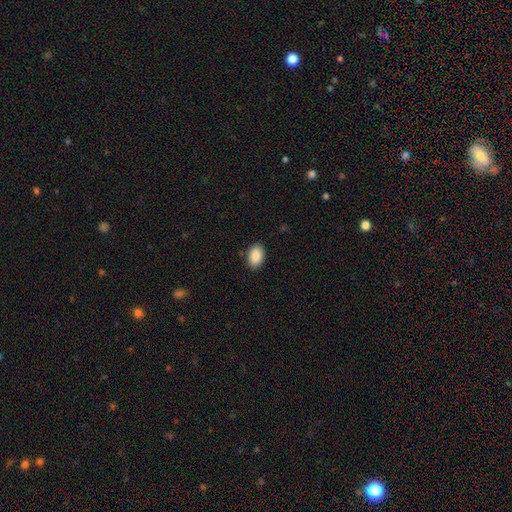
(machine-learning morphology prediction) Smooth or featured? Predicted: smooth (p=0.89). How rounded? Predicted: in between (p=0.88). Merging? Predicted: none (p=0.88).